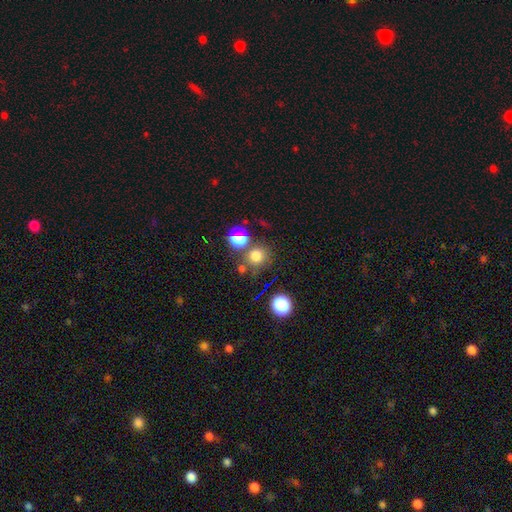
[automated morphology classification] Q: Smooth or featured?
A: smooth (71%); runner-up: star or artifact (21%)
Q: How rounded?
A: round (86%); runner-up: in between (13%)
Q: Merging?
A: none (72%); runner-up: merger (14%)